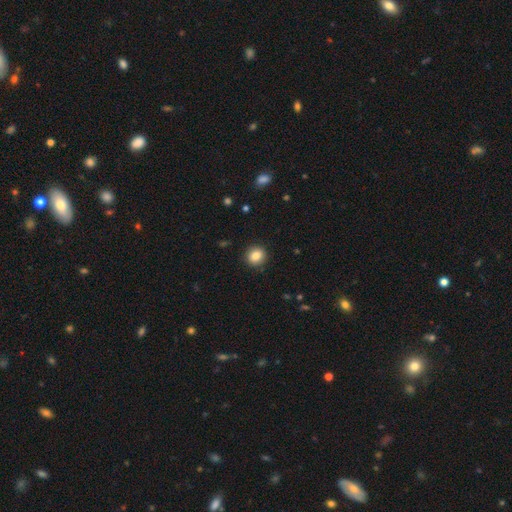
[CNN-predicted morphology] Smooth or featured? Predicted: smooth (p=0.84). How rounded? Predicted: round (p=0.85). Merging? Predicted: none (p=0.91).